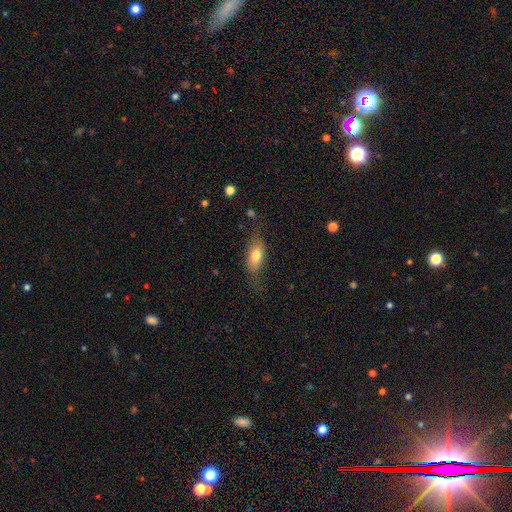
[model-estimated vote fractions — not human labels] A smooth galaxy with no disk features (71%) that is in between round and cigar-shaped (81%).

Vote fractions:
- Smooth or featured? smooth: 71% / featured or disk: 21% / star or artifact: 7%
- How rounded? in between: 81% / cigar-shaped: 15% / round: 5%
- Merging? none: 58% / minor disturbance: 26% / major disturbance: 14% / merger: 2%